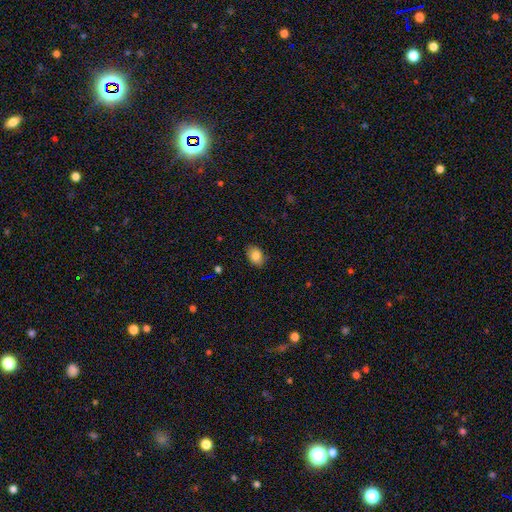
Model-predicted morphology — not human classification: Smooth or featured: smooth — 84% (star or artifact — 9%)
How rounded: in between — 78% (round — 21%)
Merging: none — 83% (minor disturbance — 13%)